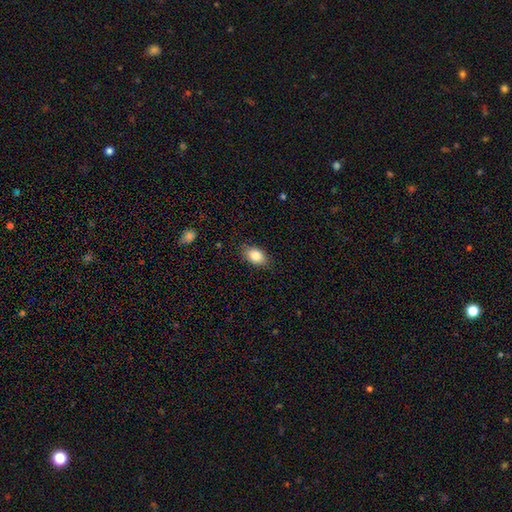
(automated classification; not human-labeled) Q: Smooth or featured?
A: smooth (84%); runner-up: star or artifact (8%)
Q: How rounded?
A: in between (84%); runner-up: round (15%)
Q: Merging?
A: none (84%); runner-up: minor disturbance (12%)